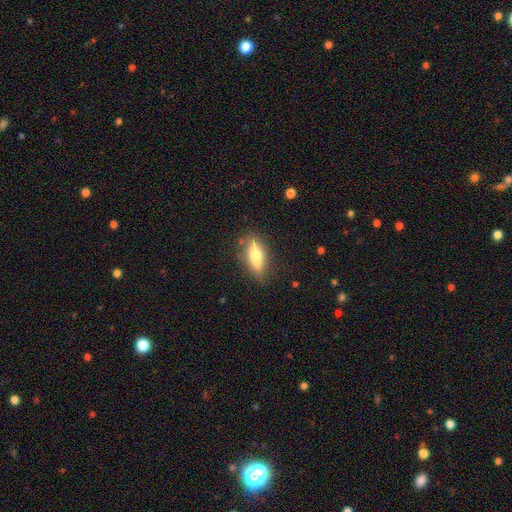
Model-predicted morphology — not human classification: smooth_or_featured: smooth (p=0.56) [alt: featured or disk p=0.37]
how_rounded: cigar-shaped (p=0.53) [alt: in between p=0.44]
merging: none (p=0.83) [alt: minor disturbance p=0.12]